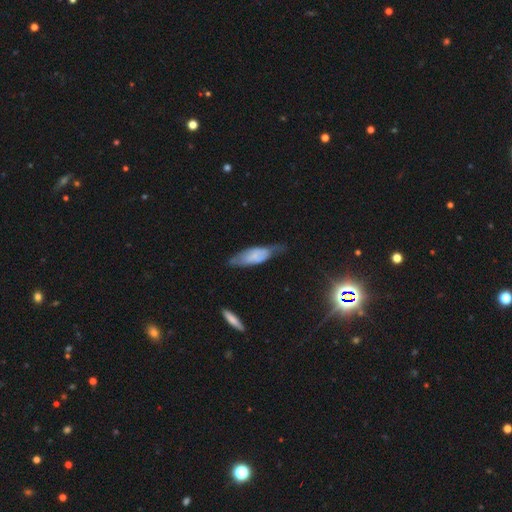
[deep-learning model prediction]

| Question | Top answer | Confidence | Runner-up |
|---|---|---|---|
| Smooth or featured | smooth | 55% | featured or disk (37%) |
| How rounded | in between | 63% | cigar-shaped (35%) |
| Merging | none | 46% | minor disturbance (36%) |